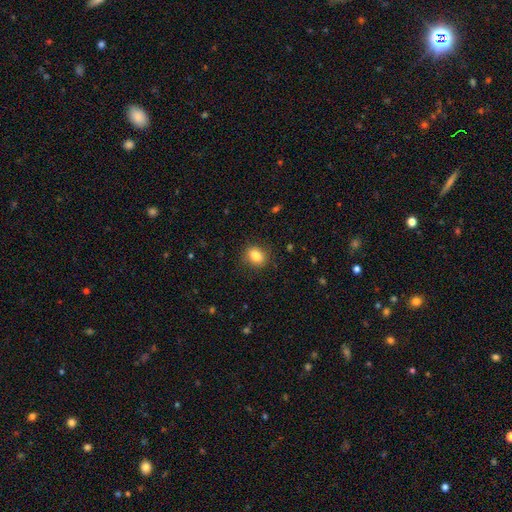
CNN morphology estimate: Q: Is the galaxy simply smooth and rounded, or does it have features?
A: smooth — 84%.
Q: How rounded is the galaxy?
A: in between — 60%.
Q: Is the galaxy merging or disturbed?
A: none — 85%.